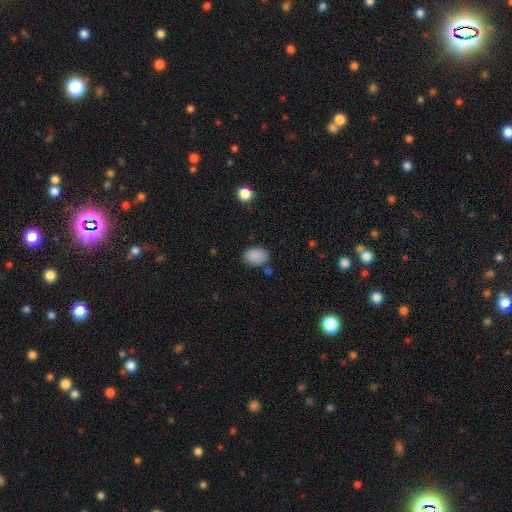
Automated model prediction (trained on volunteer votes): This is clearly a smooth galaxy (88%). How rounded: clearly in between (81%). Merging: likely none (79%).